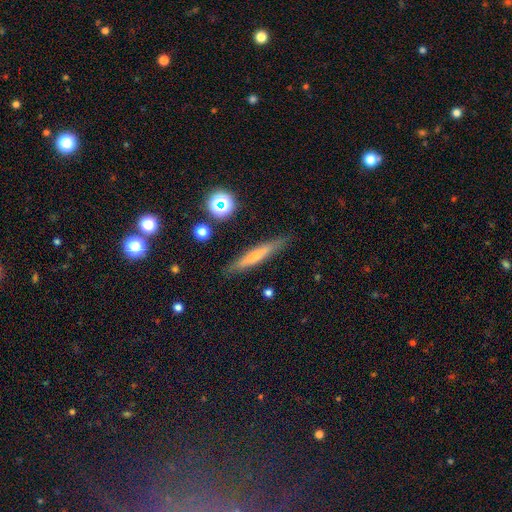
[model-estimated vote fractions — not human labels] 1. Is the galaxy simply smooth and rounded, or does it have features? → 51% smooth, 39% featured or disk, 10% star or artifact.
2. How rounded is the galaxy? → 92% cigar-shaped, 6% in between, 2% round.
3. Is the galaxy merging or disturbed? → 87% none, 9% minor disturbance, 2% major disturbance, 2% merger.